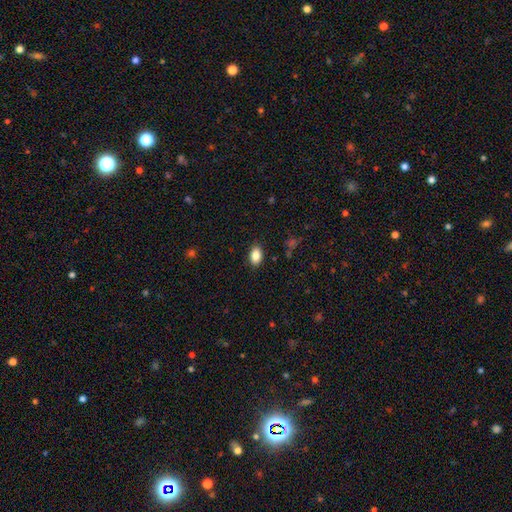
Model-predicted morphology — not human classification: This is clearly a smooth galaxy (86%). How rounded: clearly in between (87%). Merging: clearly none (88%).